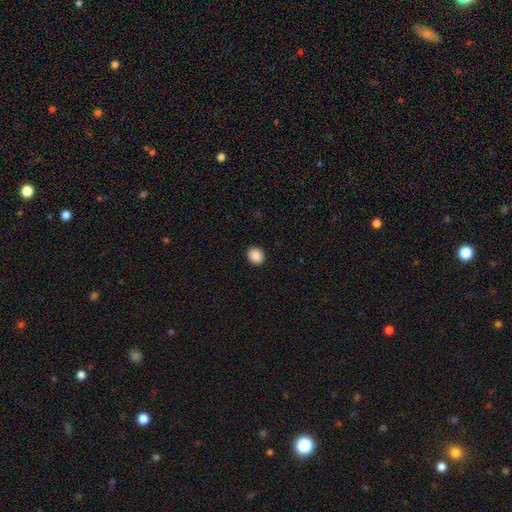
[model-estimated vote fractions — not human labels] smooth_or_featured: smooth (p=0.89) [alt: star or artifact p=0.08]
how_rounded: round (p=0.62) [alt: in between p=0.37]
merging: none (p=0.92) [alt: minor disturbance p=0.06]